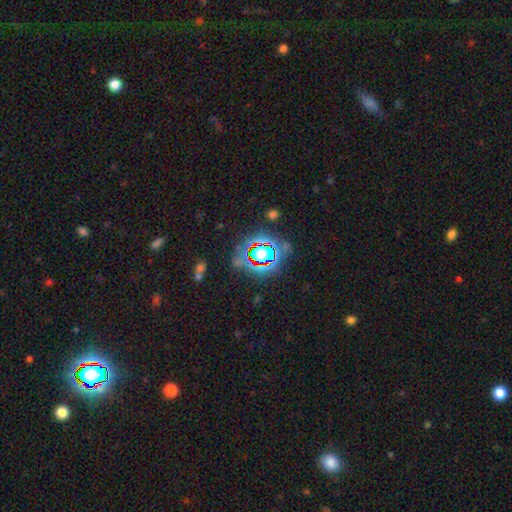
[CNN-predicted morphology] Smooth or featured? star or artifact (77%)